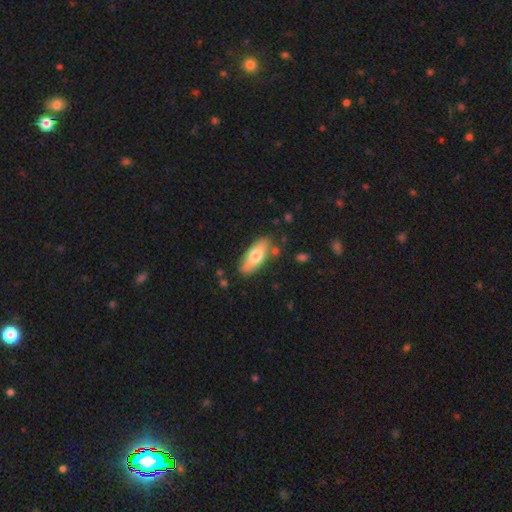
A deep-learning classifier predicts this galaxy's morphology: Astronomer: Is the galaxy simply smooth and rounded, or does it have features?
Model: smooth — 66%.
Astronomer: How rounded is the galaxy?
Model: in between — 75%.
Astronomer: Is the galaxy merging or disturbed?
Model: none — 82%.